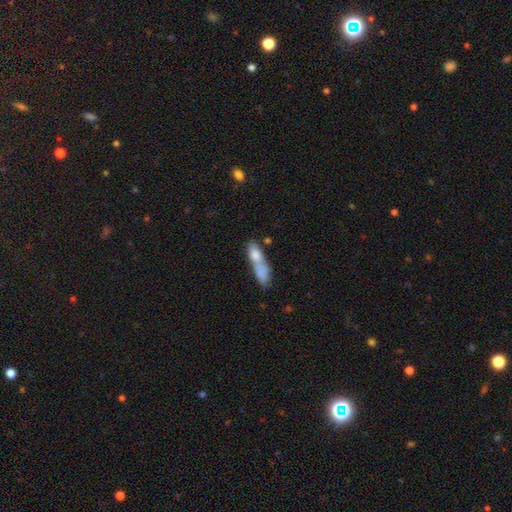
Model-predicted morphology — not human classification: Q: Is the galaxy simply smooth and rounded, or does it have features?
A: smooth — 70%.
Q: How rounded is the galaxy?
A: cigar-shaped — 47%, tied with in between.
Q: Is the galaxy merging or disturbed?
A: merger — 57%.